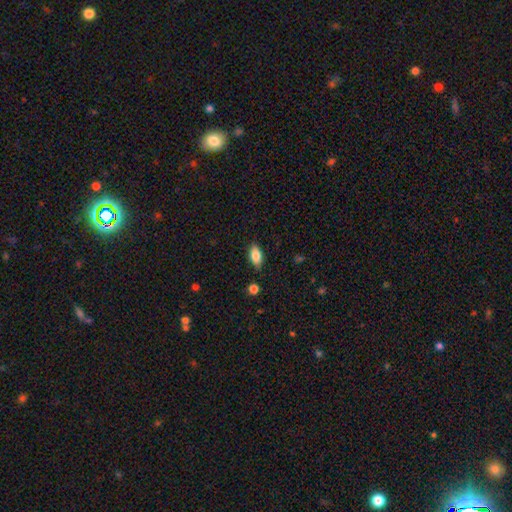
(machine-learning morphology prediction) This is likely a smooth galaxy (80%). How rounded: clearly in between (88%). Merging: clearly none (84%).